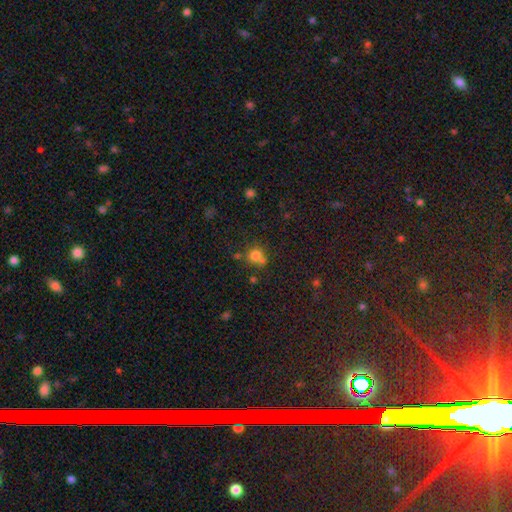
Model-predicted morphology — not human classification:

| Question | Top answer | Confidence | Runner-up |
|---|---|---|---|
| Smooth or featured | smooth | 75% | star or artifact (15%) |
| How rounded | round | 84% | in between (15%) |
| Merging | none | 51% | merger (32%) |